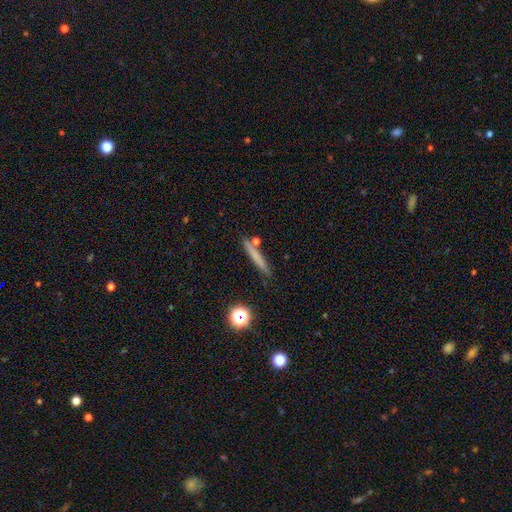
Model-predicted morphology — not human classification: Overall: smooth (63%; featured or disk 25%). How rounded: cigar-shaped (92%). Merging: none (79%).